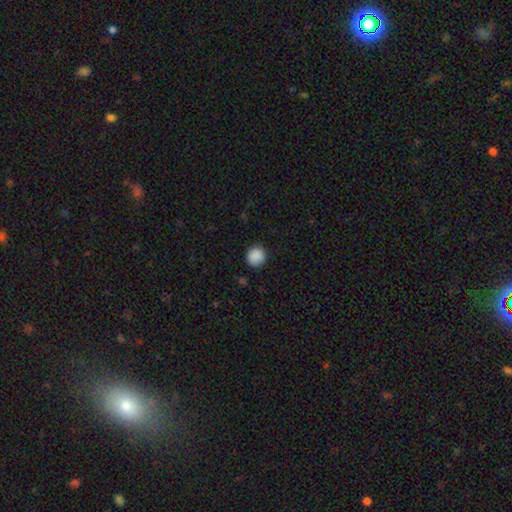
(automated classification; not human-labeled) smooth 88%, star or artifact 8%, featured or disk 3%. Down the decision tree: how rounded — round (91%); merging — none (87%).